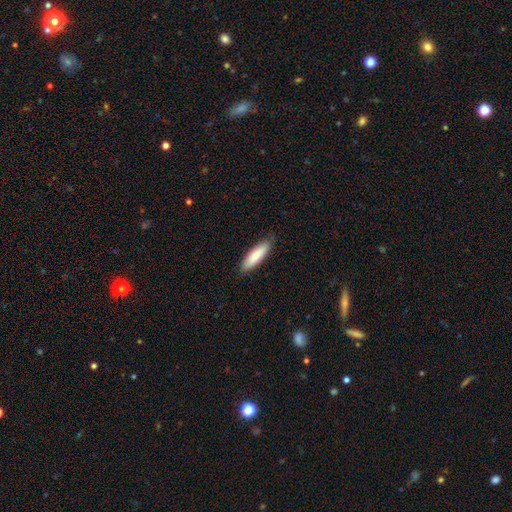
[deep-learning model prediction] Q: Smooth or featured?
A: smooth (83%); runner-up: featured or disk (11%)
Q: How rounded?
A: cigar-shaped (60%); runner-up: in between (39%)
Q: Merging?
A: none (86%); runner-up: minor disturbance (11%)